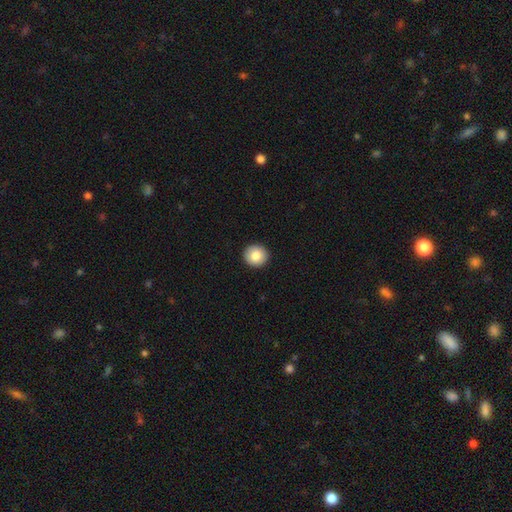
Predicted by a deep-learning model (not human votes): Smooth or featured? Predicted: smooth (p=0.83). How rounded? Predicted: round (p=0.93). Merging? Predicted: none (p=0.93).